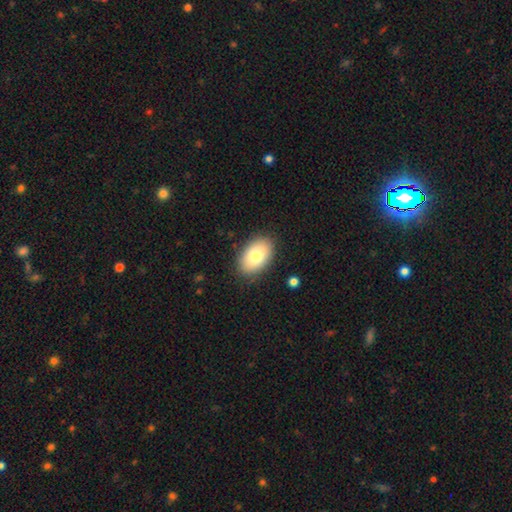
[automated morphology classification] Smooth or featured? smooth (80%)
How rounded? in between (92%)
Merging? none (86%)